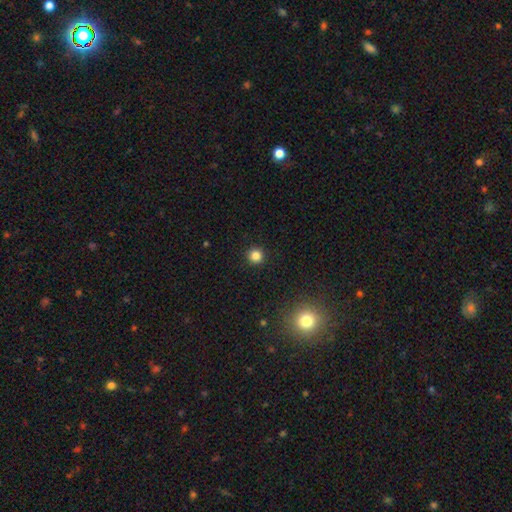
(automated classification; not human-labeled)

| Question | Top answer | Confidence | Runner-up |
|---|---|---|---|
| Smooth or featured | smooth | 84% | star or artifact (13%) |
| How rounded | round | 95% | in between (4%) |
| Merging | none | 93% | minor disturbance (4%) |